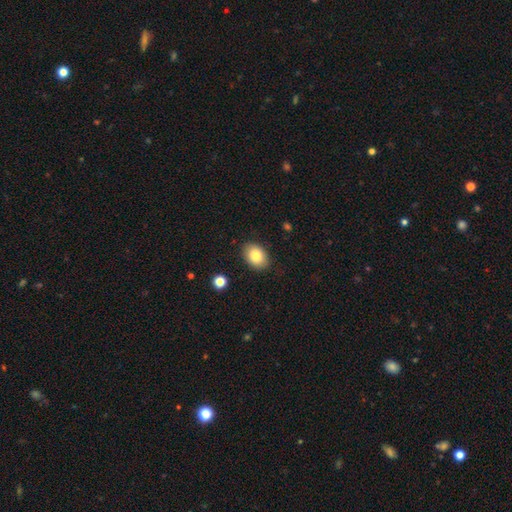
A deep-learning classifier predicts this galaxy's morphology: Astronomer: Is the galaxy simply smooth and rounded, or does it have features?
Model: smooth — 84%.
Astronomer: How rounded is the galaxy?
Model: in between — 76%.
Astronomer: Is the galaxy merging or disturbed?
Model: none — 86%.